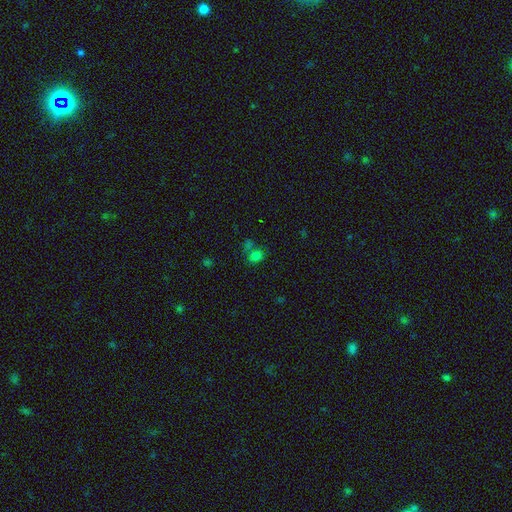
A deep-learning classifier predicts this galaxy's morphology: smooth_or_featured: smooth (p=0.72) [alt: star or artifact p=0.21]
how_rounded: round (p=0.52) [alt: in between p=0.47]
merging: none (p=0.55) [alt: merger p=0.26]